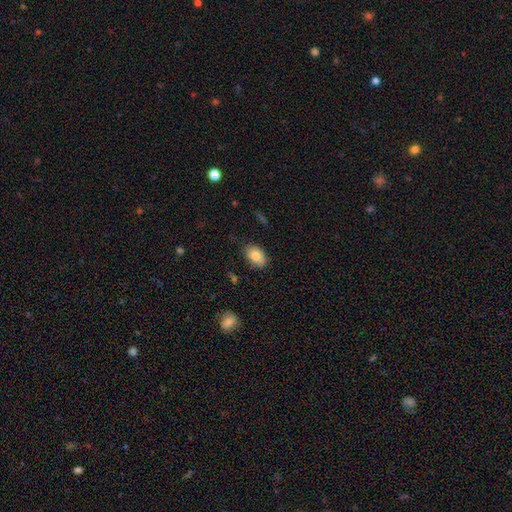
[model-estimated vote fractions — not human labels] smooth_or_featured: smooth (p=0.81) [alt: featured or disk p=0.11]
how_rounded: in between (p=0.85) [alt: round p=0.14]
merging: none (p=0.77) [alt: minor disturbance p=0.18]